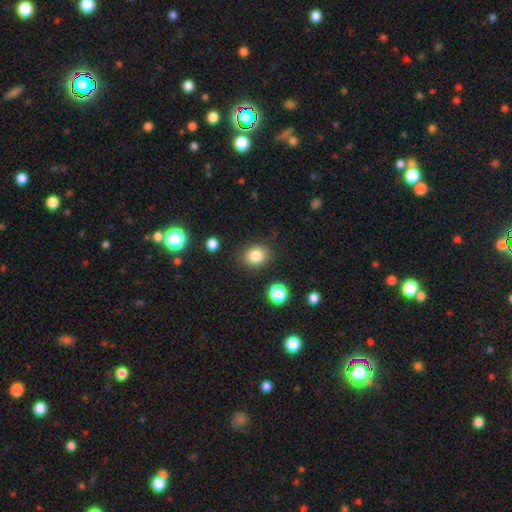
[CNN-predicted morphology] The model was most divided on "how rounded": round: 57%, in between: 42%, cigar-shaped: 1%. More confident: merging — none (84%); smooth or featured — smooth (83%).